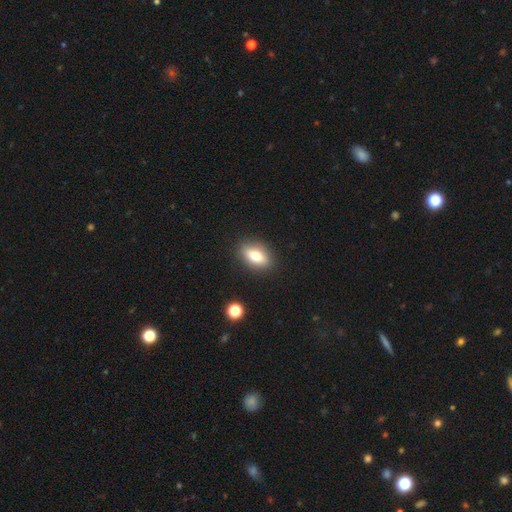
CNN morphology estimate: Smooth or featured?
  - smooth: 73% *
  - featured or disk: 18%
  - star or artifact: 9%
How rounded?
  - in between: 83% *
  - round: 10%
  - cigar-shaped: 7%
Merging?
  - none: 87% *
  - minor disturbance: 9%
  - major disturbance: 2%
  - merger: 2%